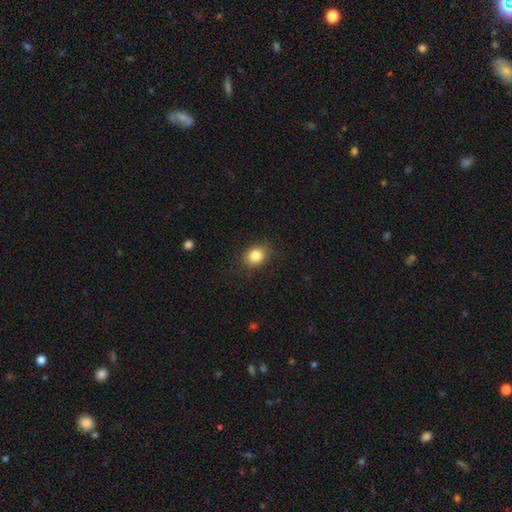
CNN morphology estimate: smooth-or-featured: smooth: 84% | star or artifact: 9% | featured or disk: 6%
  how-rounded: in between: 53% | round: 46% | cigar-shaped: 1%
  merging: none: 87% | minor disturbance: 9% | major disturbance: 3% | merger: 1%